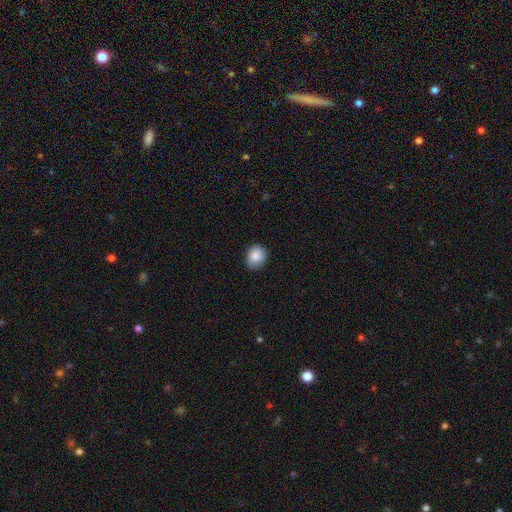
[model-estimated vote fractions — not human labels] smooth-or-featured: smooth: 88% | star or artifact: 8% | featured or disk: 4%
  how-rounded: round: 60% | in between: 39% | cigar-shaped: 1%
  merging: none: 84% | minor disturbance: 12% | major disturbance: 2% | merger: 1%